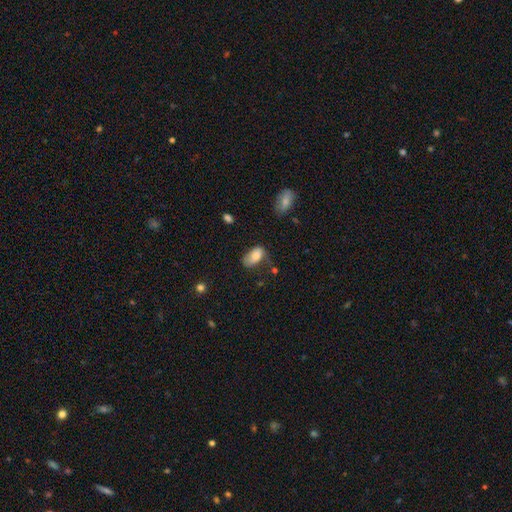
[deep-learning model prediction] Q: Smooth or featured?
A: smooth (79%); runner-up: featured or disk (14%)
Q: How rounded?
A: in between (94%); runner-up: round (4%)
Q: Merging?
A: none (41%); runner-up: minor disturbance (36%)